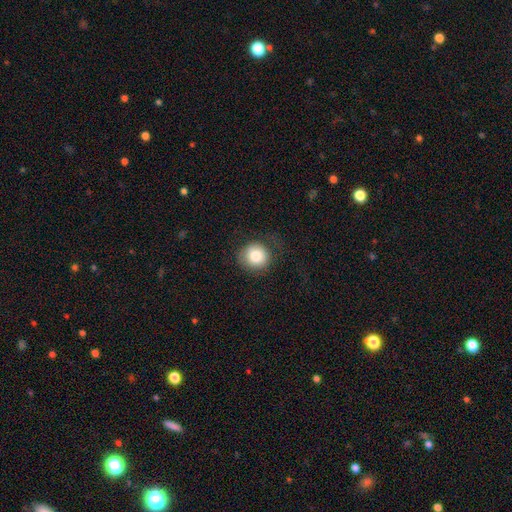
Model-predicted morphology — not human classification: smooth 81%, star or artifact 10%, featured or disk 9%. Down the decision tree: how rounded — round (89%); merging — none (76%).